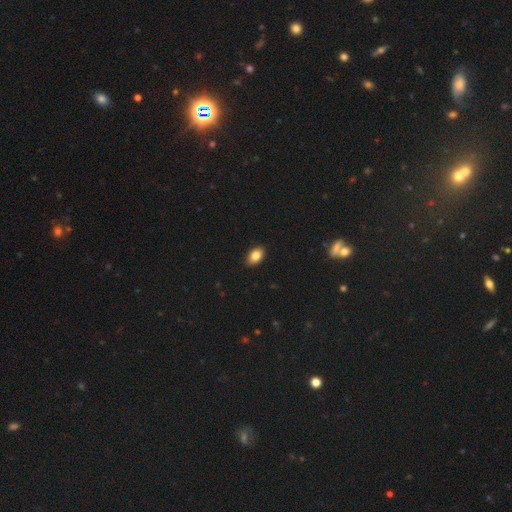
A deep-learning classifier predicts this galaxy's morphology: Overall: smooth (85%). How rounded: in between (88%). Merging: none (90%).